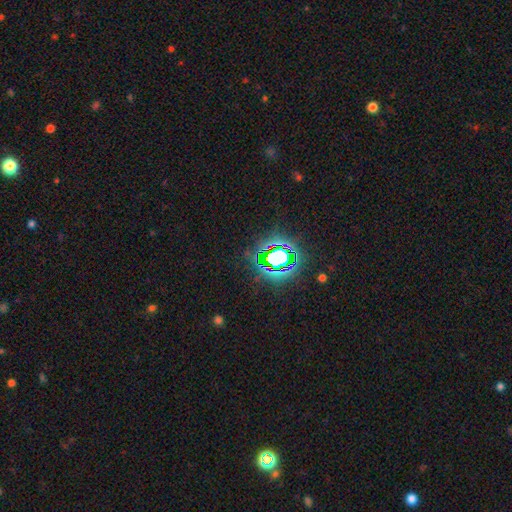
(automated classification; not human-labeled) star or artifact 82%, smooth 11%, featured or disk 7%.